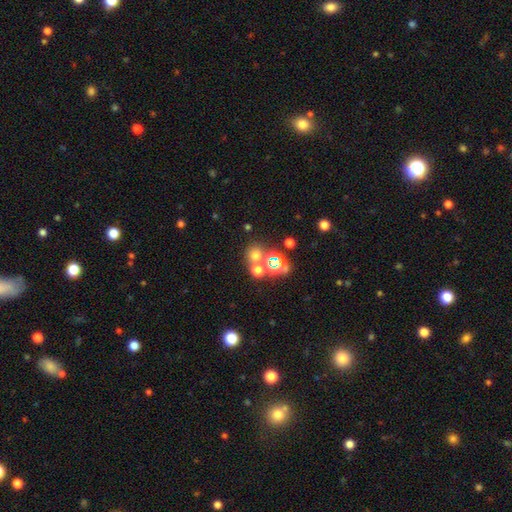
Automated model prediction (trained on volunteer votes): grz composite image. It shows a smooth galaxy with no disk features (59%) that is round (84%). Merging: none (61%).